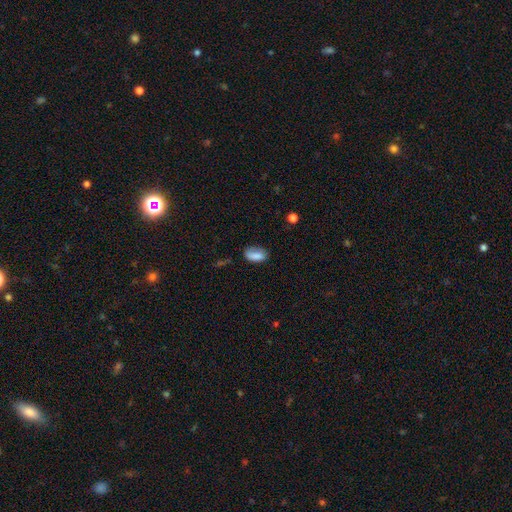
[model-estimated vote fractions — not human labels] The model was most divided on "merging": none: 66%, minor disturbance: 25%, major disturbance: 7%, merger: 2%. More confident: how rounded — in between (90%); smooth or featured — smooth (81%).